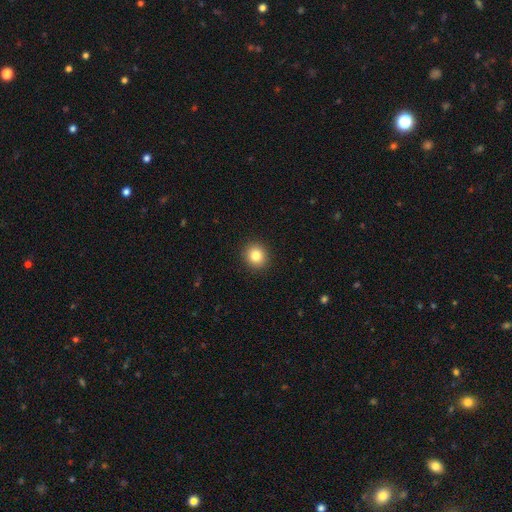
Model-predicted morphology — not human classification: Smooth or featured? Predicted: smooth (p=0.84). How rounded? Predicted: round (p=0.85). Merging? Predicted: none (p=0.92).